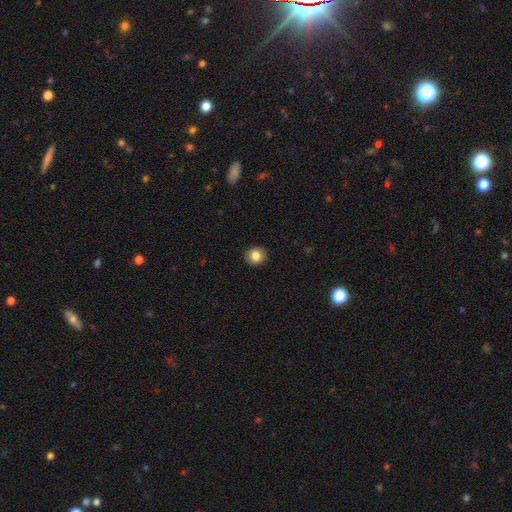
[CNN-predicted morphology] Smooth or featured? Predicted: smooth (p=0.84). How rounded? Predicted: round (p=0.86). Merging? Predicted: none (p=0.91).